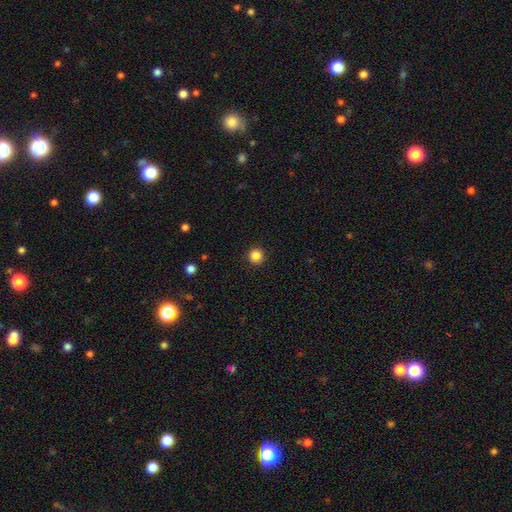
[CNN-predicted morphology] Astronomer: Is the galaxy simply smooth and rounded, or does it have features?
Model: smooth — 86%.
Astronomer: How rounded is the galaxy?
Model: round — 96%.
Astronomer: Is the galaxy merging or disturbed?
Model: none — 93%.